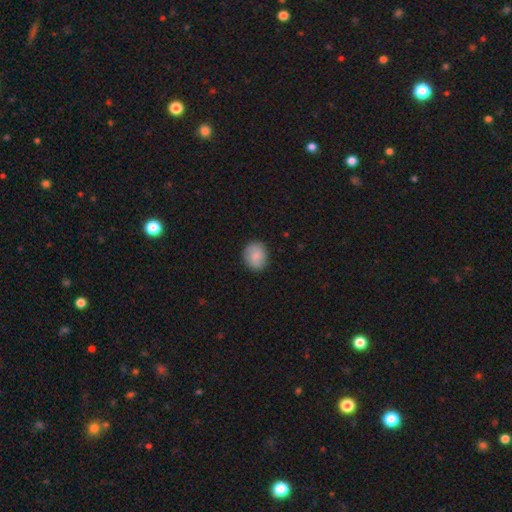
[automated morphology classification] A smooth galaxy with no disk features (85%) that is round (72%).

Vote fractions:
- Smooth or featured? smooth: 85% / featured or disk: 8% / star or artifact: 7%
- How rounded? round: 72% / in between: 27% / cigar-shaped: 1%
- Merging? none: 86% / minor disturbance: 10% / major disturbance: 2% / merger: 1%